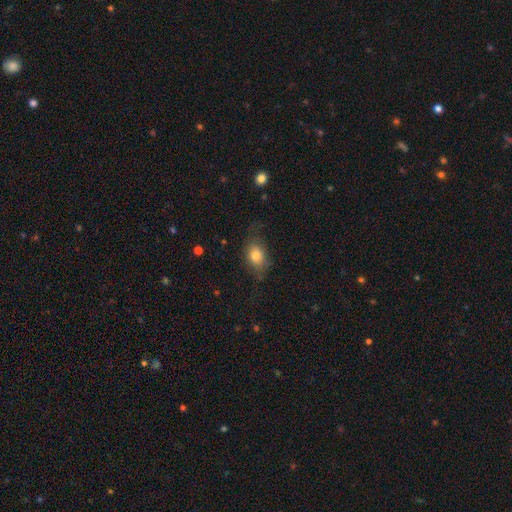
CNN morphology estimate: Smooth or featured? Predicted: smooth (p=0.77). How rounded? Predicted: in between (p=0.74). Merging? Predicted: none (p=0.63).